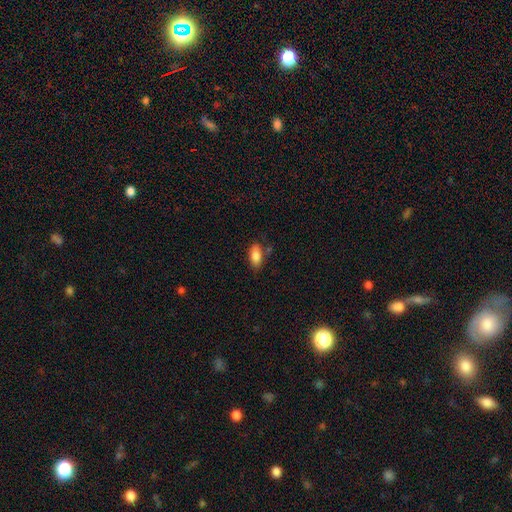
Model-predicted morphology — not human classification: The model was most divided on "merging": none: 75%, minor disturbance: 16%, merger: 6%, major disturbance: 4%. More confident: how rounded — in between (88%); smooth or featured — smooth (84%).